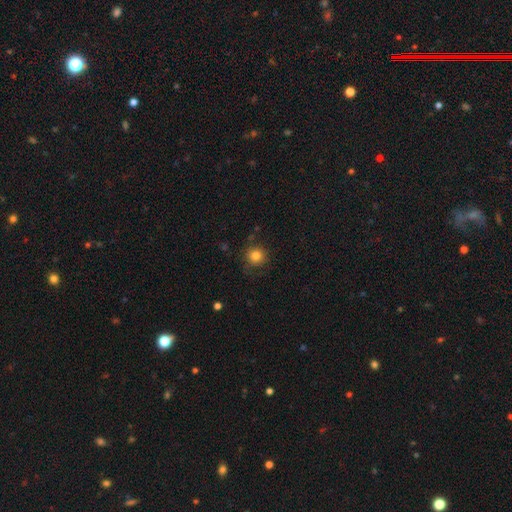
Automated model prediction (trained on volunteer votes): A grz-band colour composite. It shows a smooth galaxy with no disk features (82%) that is round (91%). Merging: none (83%).